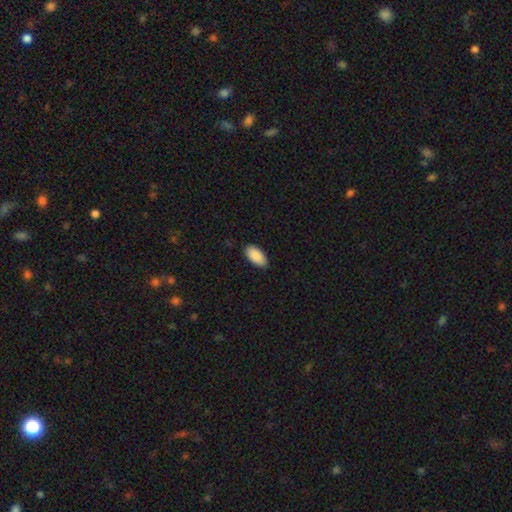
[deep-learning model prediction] smooth-or-featured: smooth: 90% | star or artifact: 6% | featured or disk: 4%
  how-rounded: in between: 95% | cigar-shaped: 3% | round: 2%
  merging: none: 87% | minor disturbance: 10% | major disturbance: 2% | merger: 1%